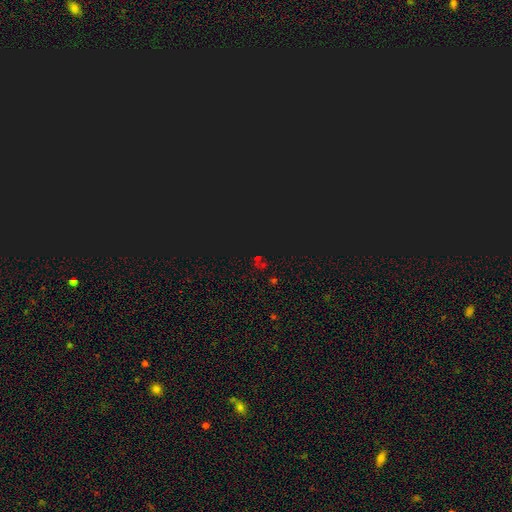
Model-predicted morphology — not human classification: Smooth or featured?
  - star or artifact: 72% *
  - smooth: 19%
  - featured or disk: 9%